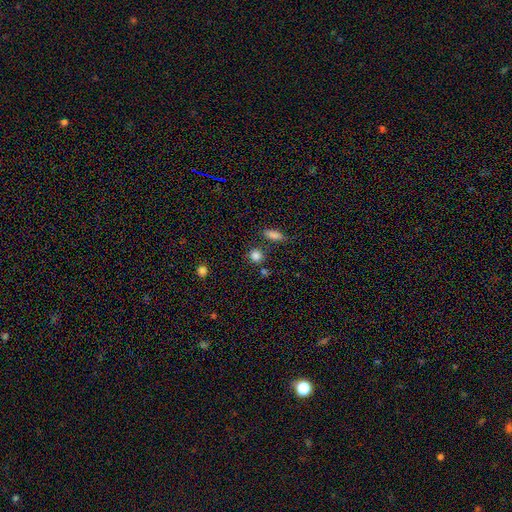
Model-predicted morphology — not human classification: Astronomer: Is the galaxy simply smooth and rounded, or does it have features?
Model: smooth — 83%.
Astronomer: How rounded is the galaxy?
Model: round — 87%.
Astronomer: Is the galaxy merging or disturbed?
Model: none — 78%.